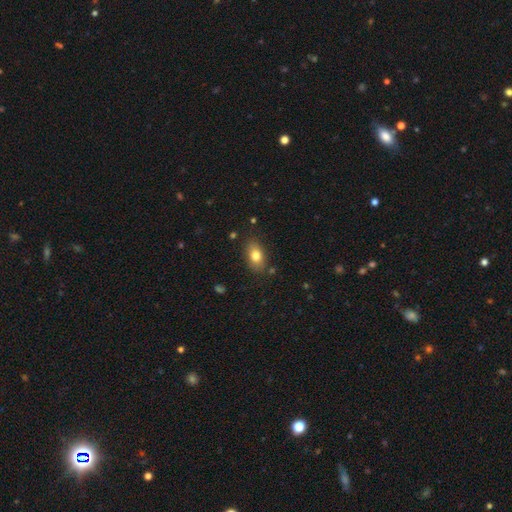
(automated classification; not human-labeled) Smooth or featured: smooth — 79% (featured or disk — 12%)
How rounded: in between — 86% (round — 11%)
Merging: none — 82% (minor disturbance — 13%)